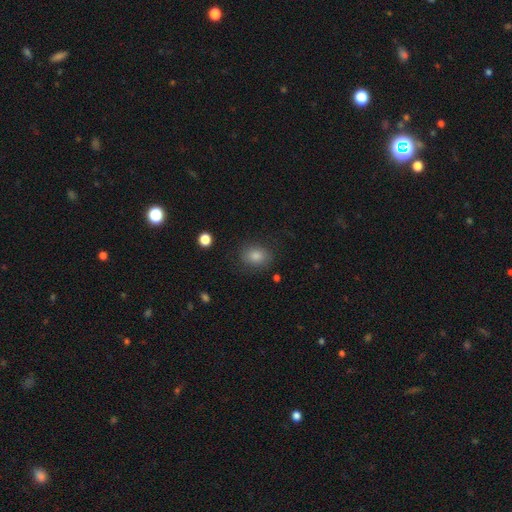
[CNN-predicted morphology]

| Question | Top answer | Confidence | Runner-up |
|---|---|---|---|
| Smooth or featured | smooth | 75% | star or artifact (14%) |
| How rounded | in between | 56% | round (43%) |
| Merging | none | 79% | minor disturbance (15%) |